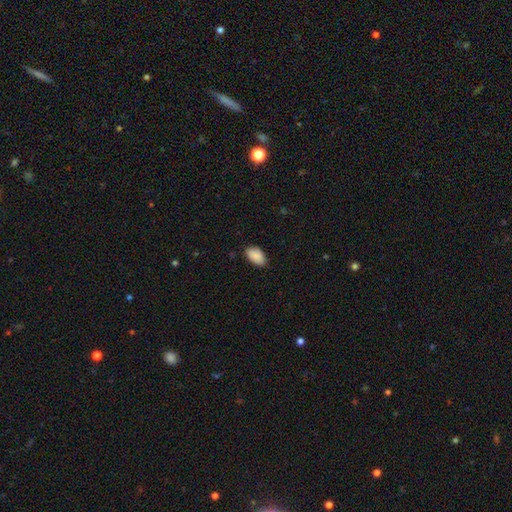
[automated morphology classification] This is clearly a smooth galaxy (89%). How rounded: clearly in between (94%). Merging: likely none (80%).